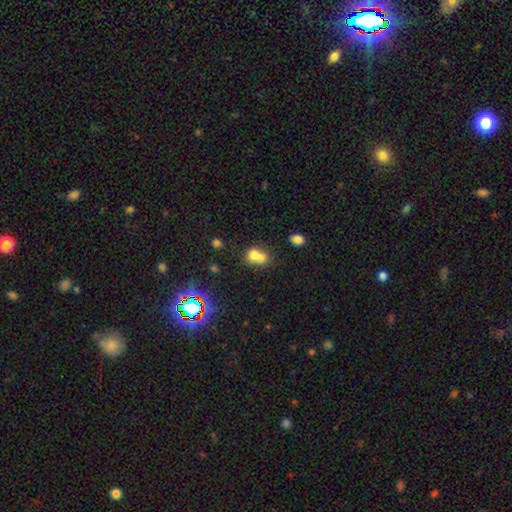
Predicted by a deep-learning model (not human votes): Smooth or featured? smooth (68%)
How rounded? round (55%)
Merging? merger (66%)